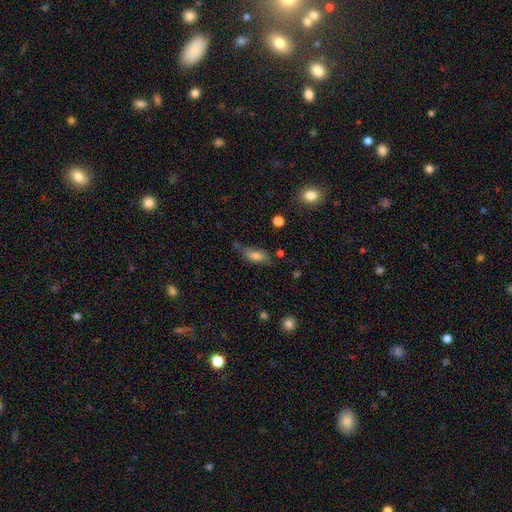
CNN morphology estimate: This is likely a smooth galaxy (71%). How rounded: likely in between (76%). Merging: likely none (61%).